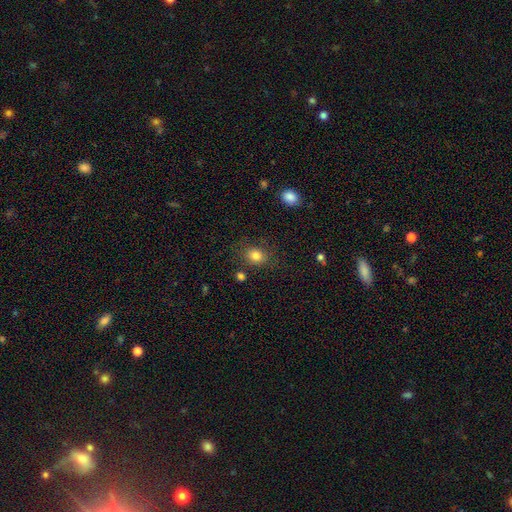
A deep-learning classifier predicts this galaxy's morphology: smooth_or_featured: smooth (p=0.81) [alt: star or artifact p=0.11]
how_rounded: round (p=0.56) [alt: in between p=0.43]
merging: none (p=0.80) [alt: minor disturbance p=0.12]